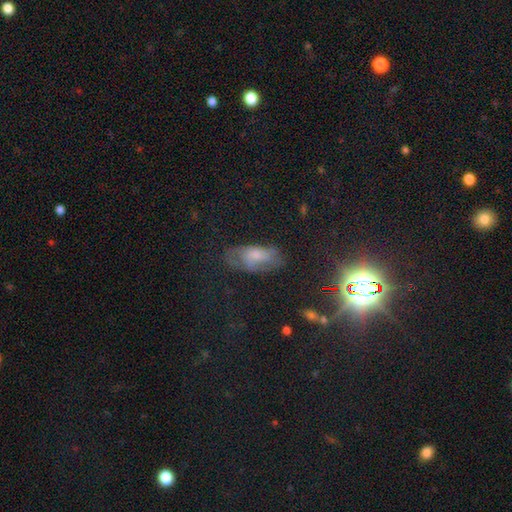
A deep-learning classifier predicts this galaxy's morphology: smooth_or_featured: smooth (p=0.45) [alt: featured or disk p=0.35]
merging: none (p=0.54) [alt: minor disturbance p=0.26]